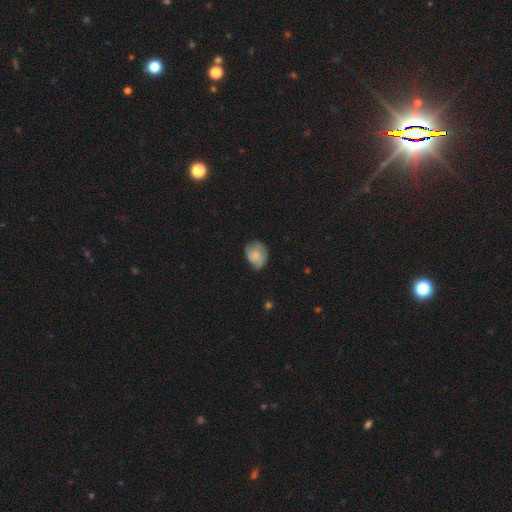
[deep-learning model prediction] The model was most divided on "how rounded": round: 50%, in between: 49%, cigar-shaped: 1%. More confident: smooth or featured — smooth (60%); merging — none (53%).